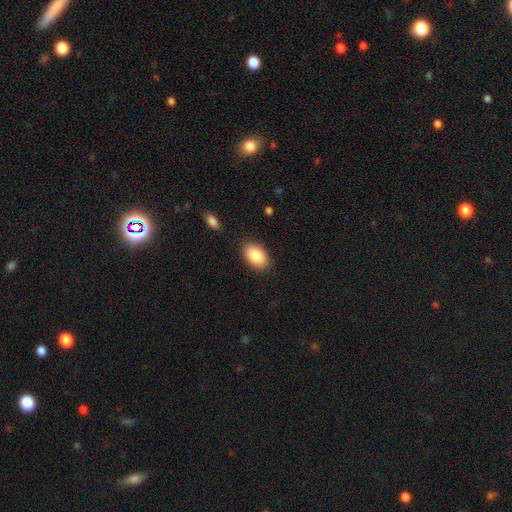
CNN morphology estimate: Smooth or featured: smooth — 87% (star or artifact — 7%)
How rounded: in between — 91% (round — 7%)
Merging: none — 86% (minor disturbance — 10%)